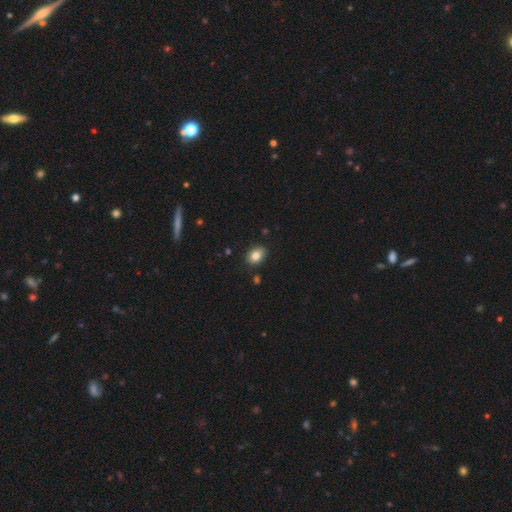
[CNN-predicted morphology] smooth 84%, star or artifact 9%, featured or disk 7%. Down the decision tree: how rounded — in between (70%); merging — none (84%).